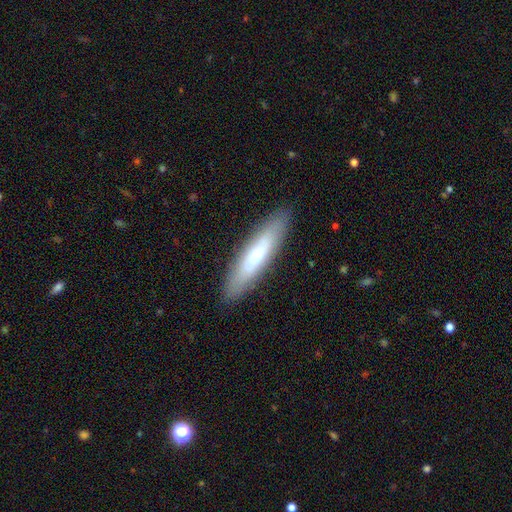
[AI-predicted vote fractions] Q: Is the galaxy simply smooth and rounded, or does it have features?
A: smooth — 65%.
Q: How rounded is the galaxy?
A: cigar-shaped — 82%.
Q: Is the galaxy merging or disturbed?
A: none — 88%.